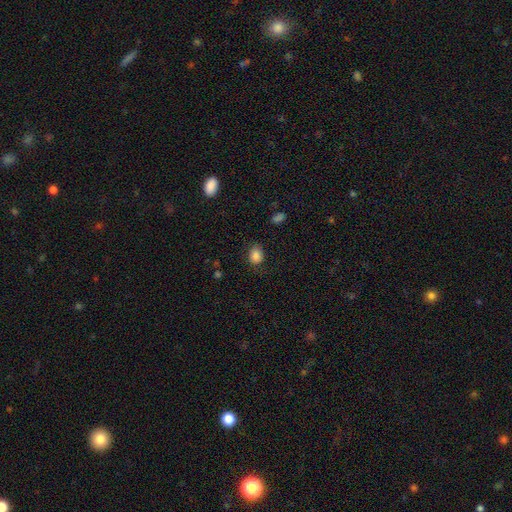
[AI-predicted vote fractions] Overall: smooth (86%). How rounded: in between (52%; round 47%). Merging: none (77%).